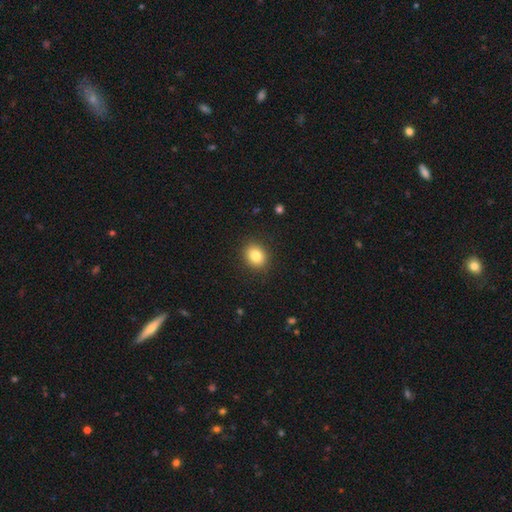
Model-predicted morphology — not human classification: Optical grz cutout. It shows a smooth galaxy with no disk features (83%) that is round (63%). Merging: none (89%).